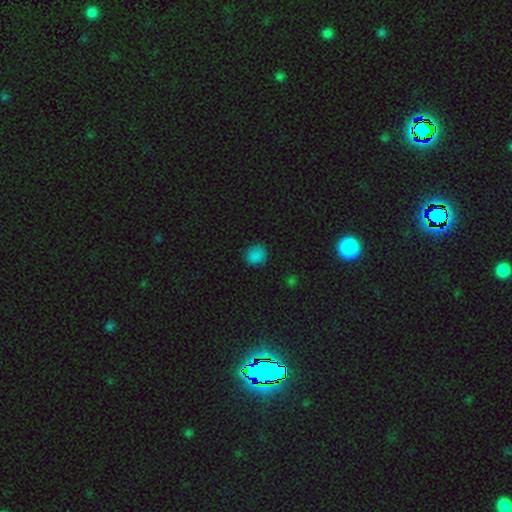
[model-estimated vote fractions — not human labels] A smooth galaxy with no disk features (83%) that is round (75%). Merging: none (85%).